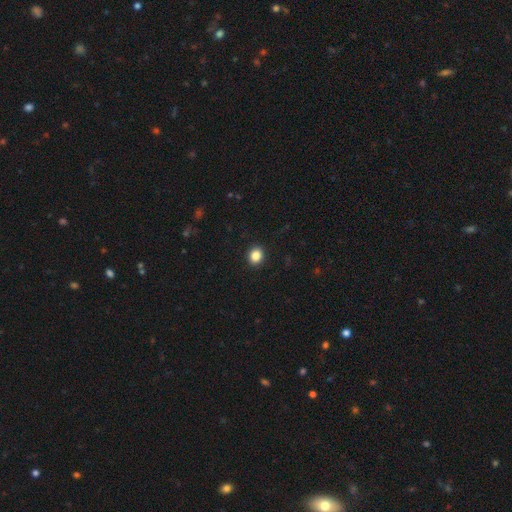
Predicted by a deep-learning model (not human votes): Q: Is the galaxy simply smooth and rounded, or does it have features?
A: smooth — 86%.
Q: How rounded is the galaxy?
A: round — 73%.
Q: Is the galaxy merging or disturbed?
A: none — 92%.